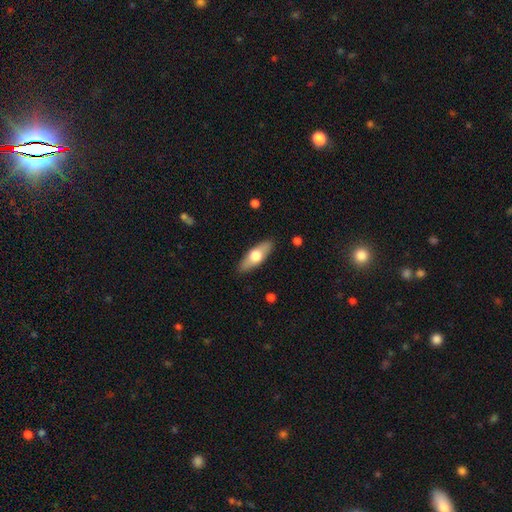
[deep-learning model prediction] Smooth or featured? Predicted: smooth (p=0.57). How rounded? Predicted: in between (p=0.63). Merging? Predicted: none (p=0.88).